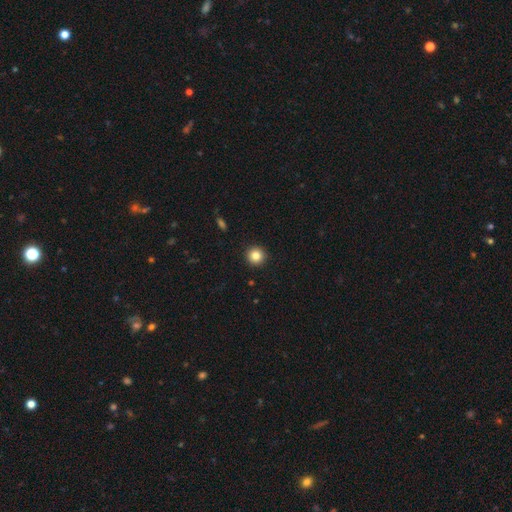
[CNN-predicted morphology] smooth_or_featured: smooth (p=0.83) [alt: star or artifact p=0.10]
how_rounded: round (p=0.95) [alt: in between p=0.04]
merging: none (p=0.93) [alt: minor disturbance p=0.04]